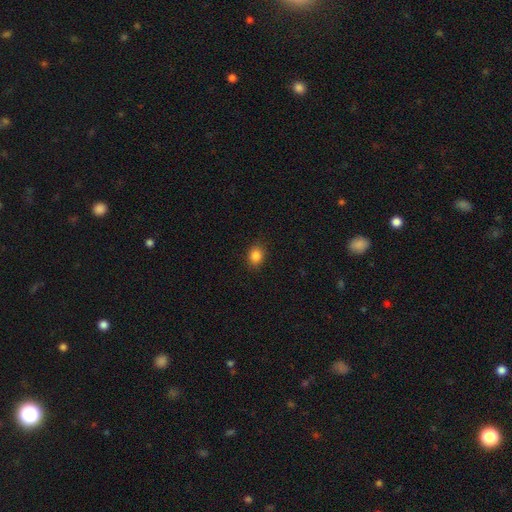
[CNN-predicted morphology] A smooth galaxy with no disk features (85%) that is round (54%).

Vote fractions:
- Smooth or featured? smooth: 85% / star or artifact: 11% / featured or disk: 5%
- How rounded? round: 54% / in between: 45% / cigar-shaped: 1%
- Merging? none: 86% / minor disturbance: 10% / major disturbance: 2% / merger: 1%